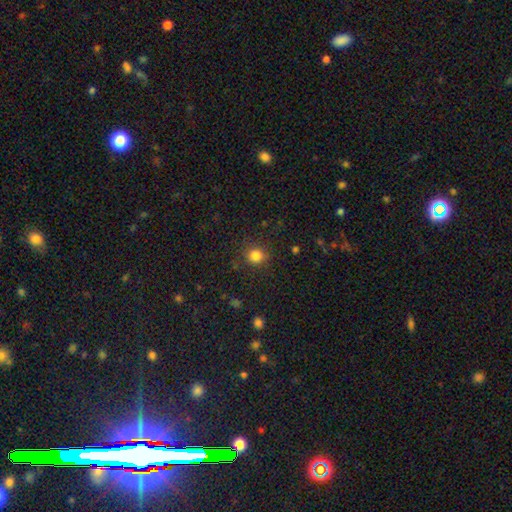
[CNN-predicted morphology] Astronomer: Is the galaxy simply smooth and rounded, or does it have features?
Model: smooth — 83%.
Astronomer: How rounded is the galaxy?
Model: round — 89%.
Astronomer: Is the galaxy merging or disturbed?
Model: none — 87%.